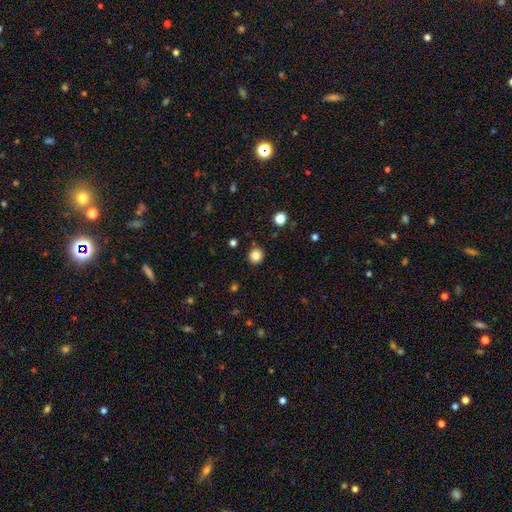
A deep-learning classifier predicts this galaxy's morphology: smooth 83%, star or artifact 12%, featured or disk 5%. Down the decision tree: how rounded — round (89%); merging — none (89%).